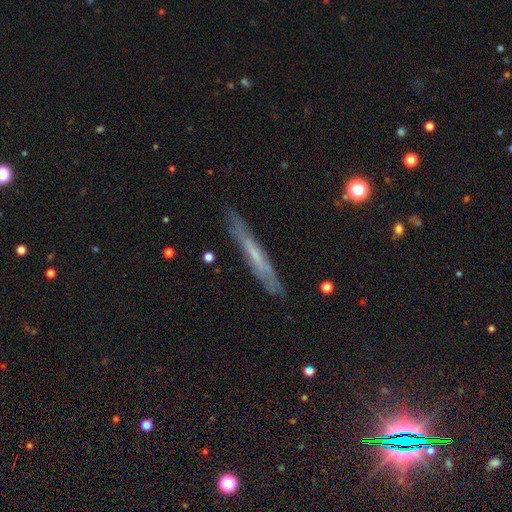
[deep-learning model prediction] Overall: featured or disk (54%; smooth 39%). Edge-on disk: yes (85%). Merging: none (83%).